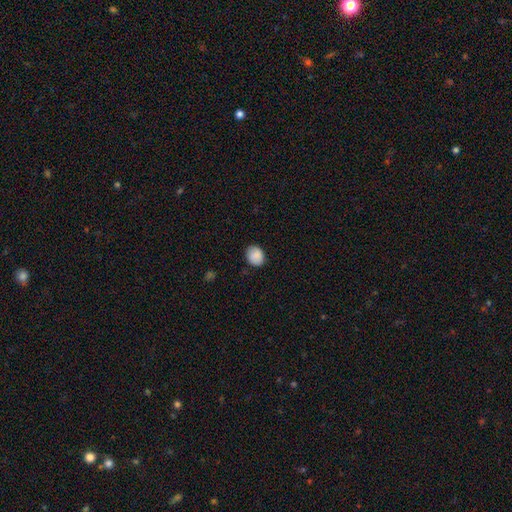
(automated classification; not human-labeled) smooth-or-featured: smooth: 89% | star or artifact: 7% | featured or disk: 4%
  how-rounded: round: 54% | in between: 45% | cigar-shaped: 1%
  merging: none: 85% | minor disturbance: 12% | major disturbance: 2% | merger: 1%